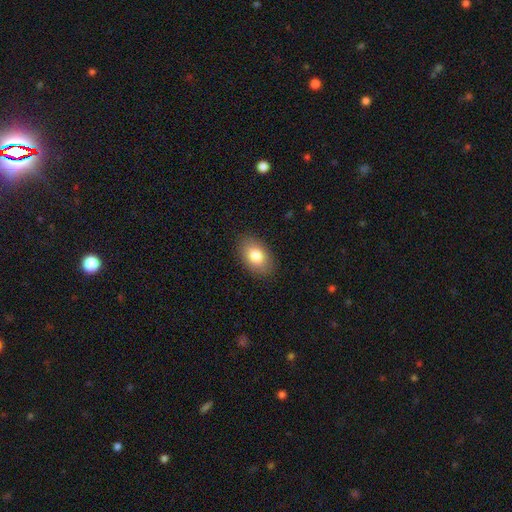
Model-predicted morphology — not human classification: Smooth or featured: smooth — 82% (featured or disk — 11%)
How rounded: in between — 90% (round — 8%)
Merging: none — 87% (minor disturbance — 9%)